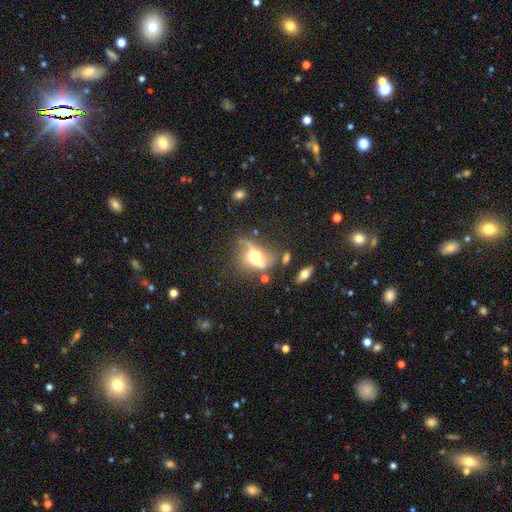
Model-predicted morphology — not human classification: Smooth or featured? Predicted: featured or disk (p=0.57). Edge-on disk? Predicted: no (p=0.79). Merging? Predicted: none (p=0.37).